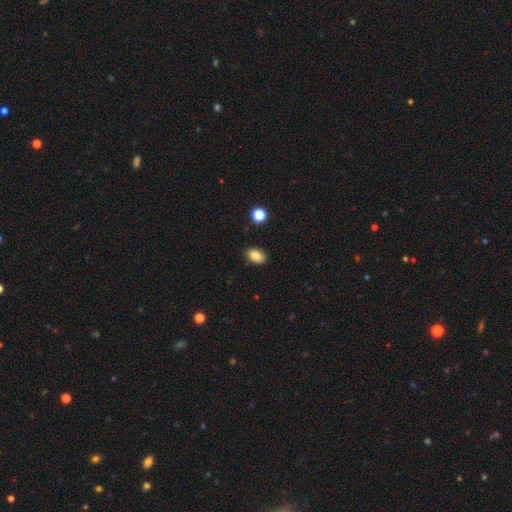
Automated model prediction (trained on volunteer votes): Overall: smooth (86%). How rounded: in between (87%). Merging: none (88%).